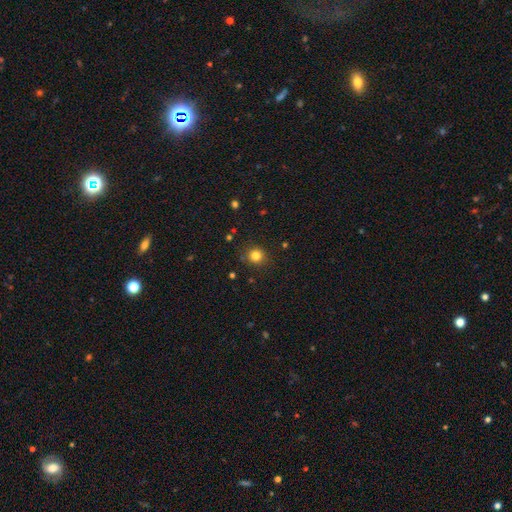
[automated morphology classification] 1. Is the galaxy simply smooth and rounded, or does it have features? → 81% smooth, 14% star or artifact, 5% featured or disk.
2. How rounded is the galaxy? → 90% round, 9% in between, 1% cigar-shaped.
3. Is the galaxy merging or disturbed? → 88% none, 8% minor disturbance, 2% major disturbance, 1% merger.